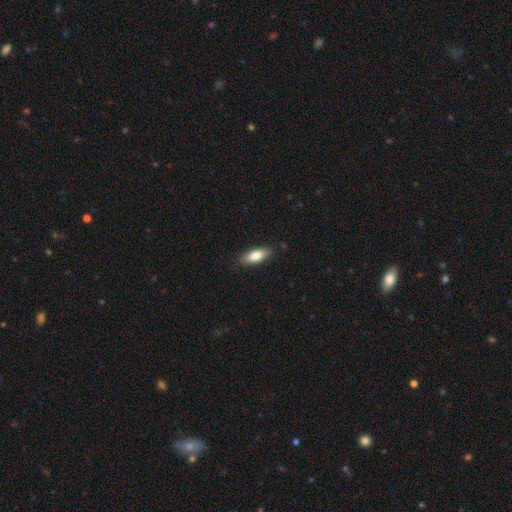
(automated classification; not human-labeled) Smooth or featured? Predicted: smooth (p=0.80). How rounded? Predicted: in between (p=0.75). Merging? Predicted: none (p=0.87).